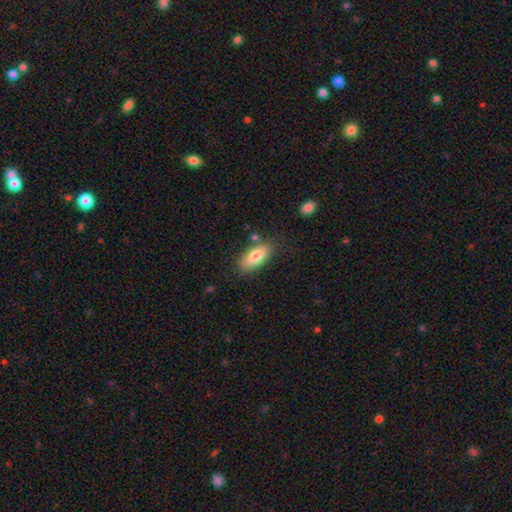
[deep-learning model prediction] Overall: smooth (79%). How rounded: in between (84%). Merging: none (78%).